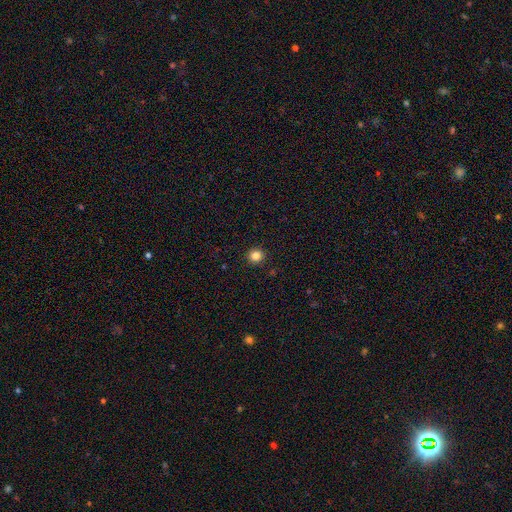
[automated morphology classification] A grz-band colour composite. It shows a smooth galaxy with no disk features (84%) that is round (93%). Merging: none (92%).